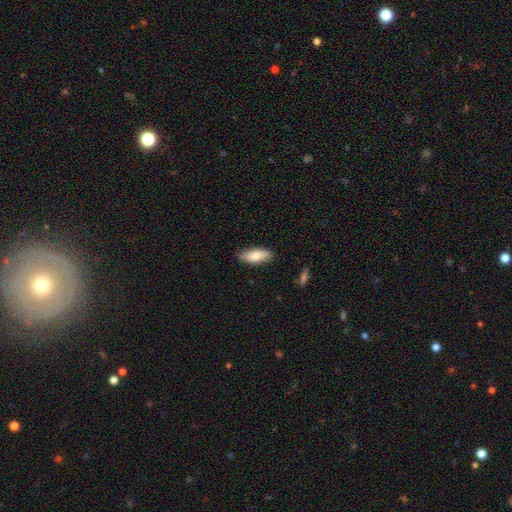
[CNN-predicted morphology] smooth 81%, featured or disk 13%, star or artifact 6%. Down the decision tree: how rounded — in between (78%); merging — none (85%).